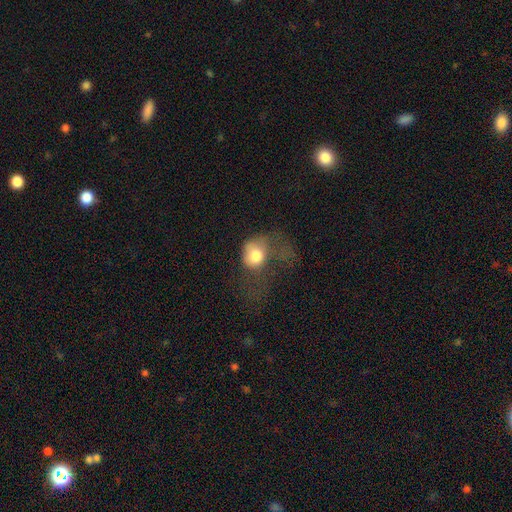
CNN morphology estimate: Smooth or featured?
  - smooth: 73% *
  - featured or disk: 17%
  - star or artifact: 10%
How rounded?
  - round: 56% *
  - in between: 43%
  - cigar-shaped: 1%
Merging?
  - major disturbance: 61% *
  - minor disturbance: 19%
  - none: 17%
  - merger: 3%